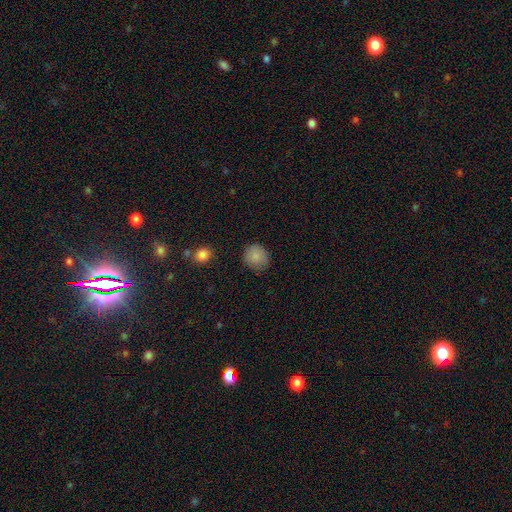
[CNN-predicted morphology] smooth_or_featured: smooth (p=0.86) [alt: star or artifact p=0.09]
how_rounded: round (p=0.85) [alt: in between p=0.14]
merging: none (p=0.82) [alt: minor disturbance p=0.14]